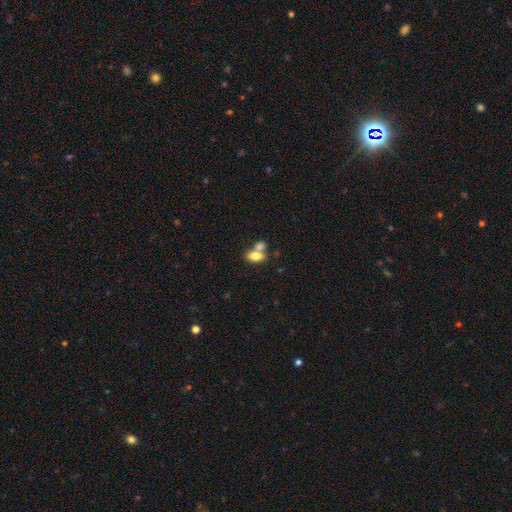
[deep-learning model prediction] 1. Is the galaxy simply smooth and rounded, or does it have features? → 76% smooth, 15% featured or disk, 8% star or artifact.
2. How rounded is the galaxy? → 88% in between, 7% round, 5% cigar-shaped.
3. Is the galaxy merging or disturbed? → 50% merger, 37% none, 9% minor disturbance, 4% major disturbance.